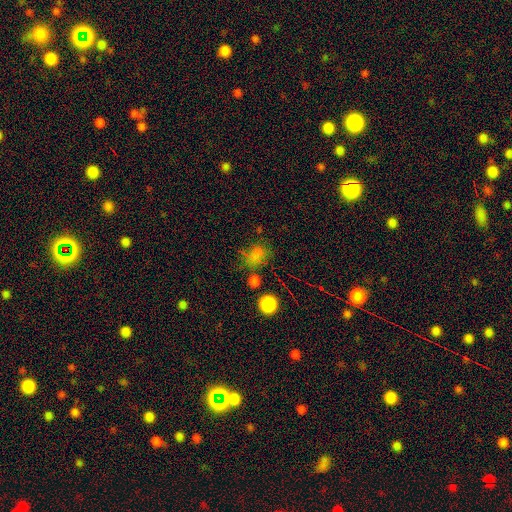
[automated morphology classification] Q: Smooth or featured?
A: smooth (65%); runner-up: star or artifact (24%)
Q: How rounded?
A: round (53%); runner-up: in between (46%)
Q: Merging?
A: none (50%); runner-up: minor disturbance (20%)